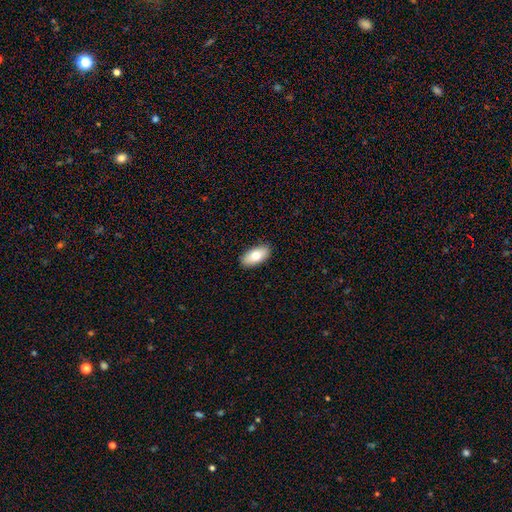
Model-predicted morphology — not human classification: A smooth galaxy with no disk features (78%) that is in between round and cigar-shaped (92%).

Vote fractions:
- Smooth or featured? smooth: 78% / featured or disk: 16% / star or artifact: 6%
- How rounded? in between: 92% / cigar-shaped: 6% / round: 3%
- Merging? none: 89% / minor disturbance: 8% / major disturbance: 2% / merger: 1%